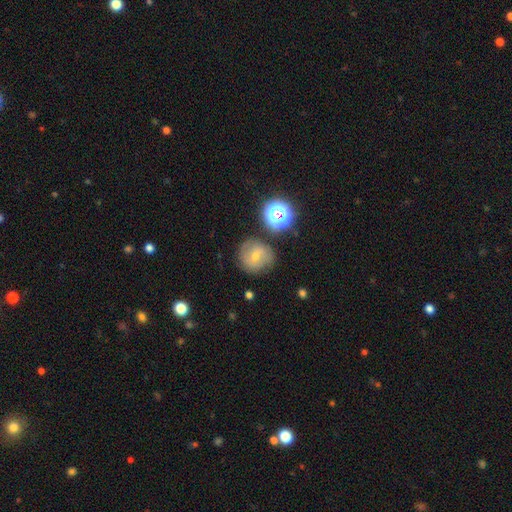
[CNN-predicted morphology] Smooth or featured: smooth — 47% (featured or disk — 40%)
Merging: none — 71% (minor disturbance — 17%)